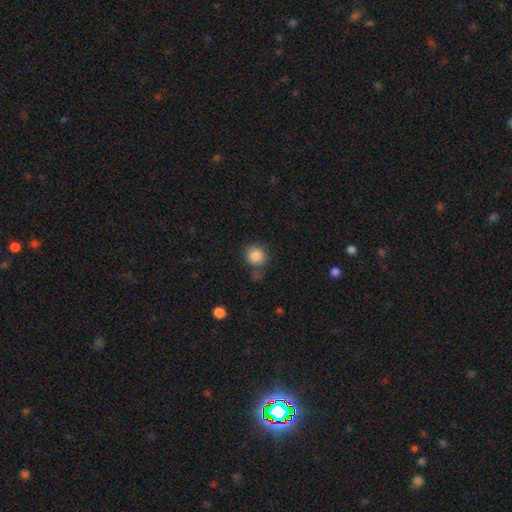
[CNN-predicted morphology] A smooth galaxy with no disk features (87%) that is round (89%).

Vote fractions:
- Smooth or featured? smooth: 87% / star or artifact: 9% / featured or disk: 4%
- How rounded? round: 89% / in between: 10% / cigar-shaped: 1%
- Merging? none: 70% / minor disturbance: 16% / merger: 8% / major disturbance: 5%